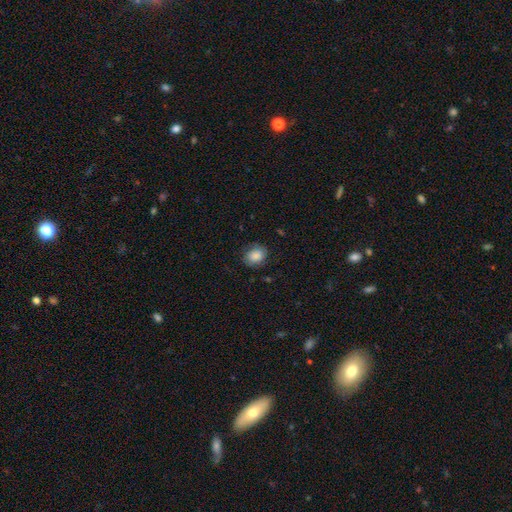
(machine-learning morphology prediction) This appears to be a smooth galaxy with no disk features (79%) that is round (54%). Merging: none (74%).